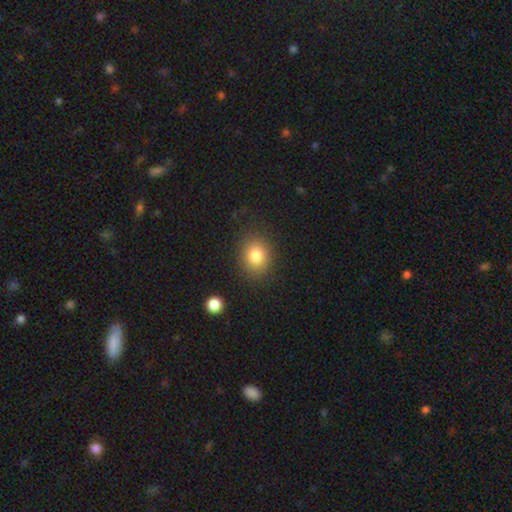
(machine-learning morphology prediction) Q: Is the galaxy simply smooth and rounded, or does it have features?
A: smooth — 82%.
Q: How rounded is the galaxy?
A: round — 63%.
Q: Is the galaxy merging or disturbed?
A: none — 86%.